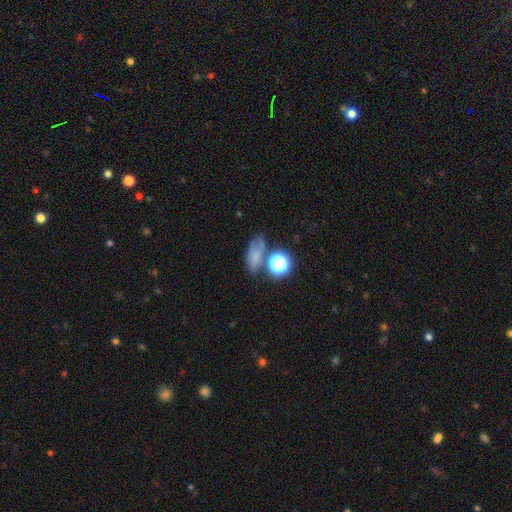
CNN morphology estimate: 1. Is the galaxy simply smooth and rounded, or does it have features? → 57% smooth, 24% star or artifact, 18% featured or disk.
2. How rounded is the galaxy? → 66% in between, 26% round, 8% cigar-shaped.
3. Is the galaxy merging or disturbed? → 50% none, 20% minor disturbance, 19% merger, 12% major disturbance.